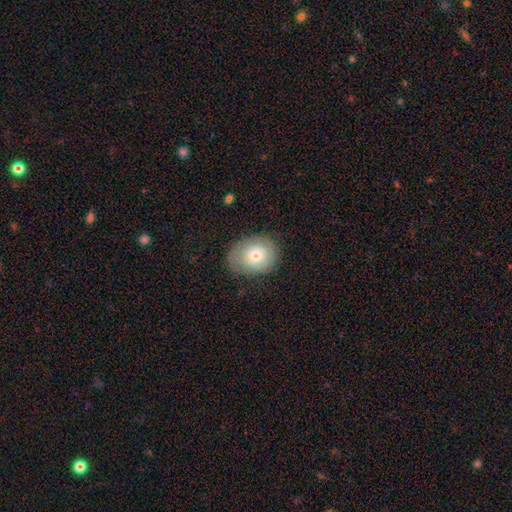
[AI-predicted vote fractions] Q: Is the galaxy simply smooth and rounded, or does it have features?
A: smooth — 69%.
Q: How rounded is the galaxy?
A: round — 52%.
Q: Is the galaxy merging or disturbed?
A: none — 74%.